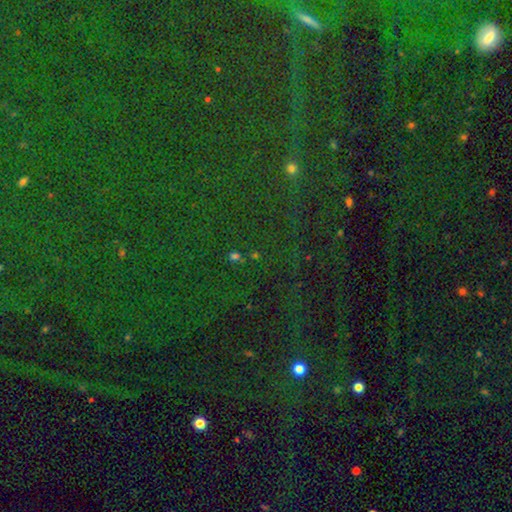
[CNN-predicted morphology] This appears to be a star or artifact, not a galaxy (62%).